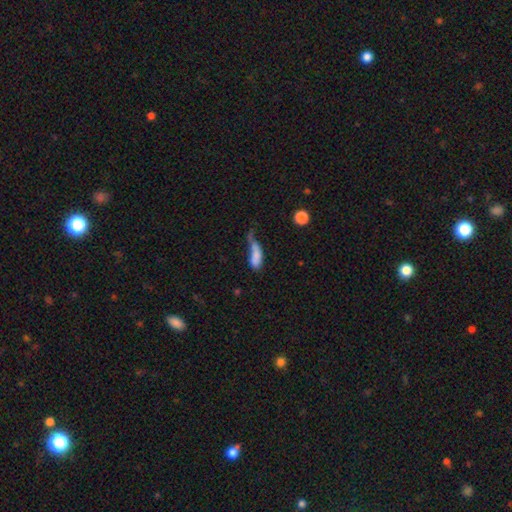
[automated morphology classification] smooth-or-featured: smooth: 74% | featured or disk: 17% | star or artifact: 9%
  how-rounded: in between: 63% | cigar-shaped: 34% | round: 4%
  merging: major disturbance: 36% | minor disturbance: 26% | none: 22% | merger: 16%